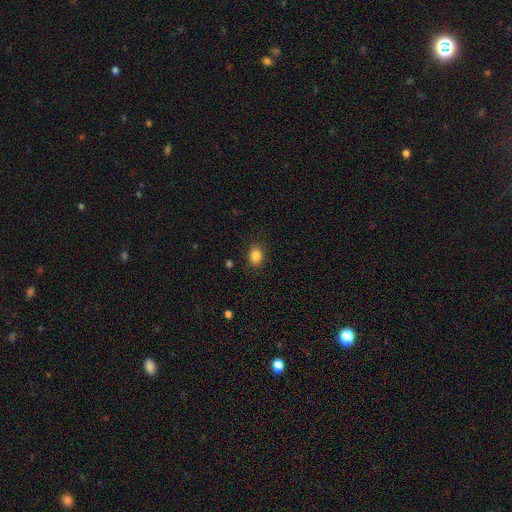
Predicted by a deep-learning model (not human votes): Smooth or featured?
  - smooth: 85% *
  - star or artifact: 10%
  - featured or disk: 5%
How rounded?
  - in between: 59% *
  - round: 40%
  - cigar-shaped: 1%
Merging?
  - none: 86% *
  - minor disturbance: 10%
  - major disturbance: 3%
  - merger: 1%